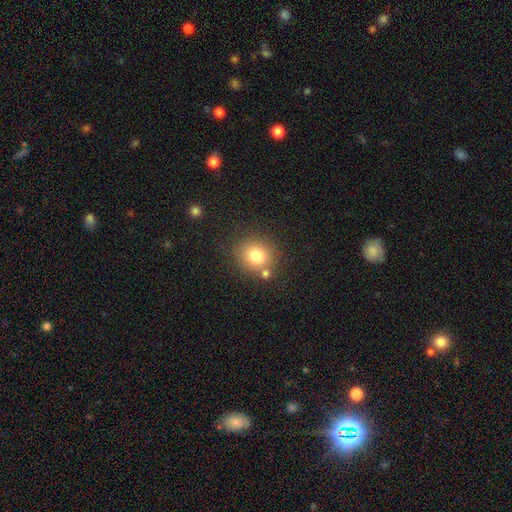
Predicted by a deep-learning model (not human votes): A smooth galaxy with no disk features (78%) that is round (82%).

Vote fractions:
- Smooth or featured? smooth: 78% / star or artifact: 12% / featured or disk: 10%
- How rounded? round: 82% / in between: 17% / cigar-shaped: 1%
- Merging? none: 74% / merger: 12% / minor disturbance: 11% / major disturbance: 3%